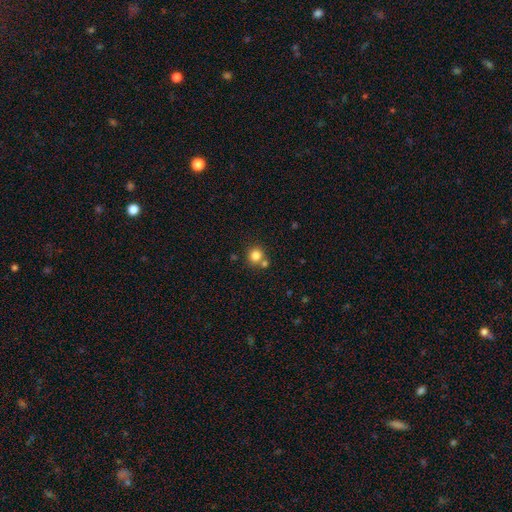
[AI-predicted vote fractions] smooth-or-featured: smooth: 83% | star or artifact: 11% | featured or disk: 6%
  how-rounded: round: 89% | in between: 10% | cigar-shaped: 1%
  merging: none: 67% | merger: 22% | minor disturbance: 8% | major disturbance: 3%